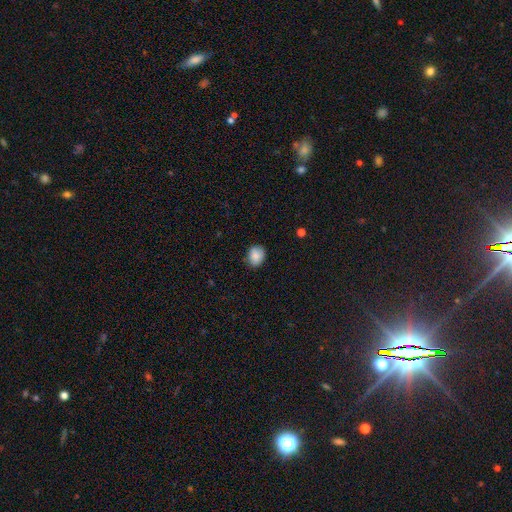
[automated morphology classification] The model was most divided on "how rounded": round: 56%, in between: 43%, cigar-shaped: 1%. More confident: smooth or featured — smooth (87%); merging — none (81%).